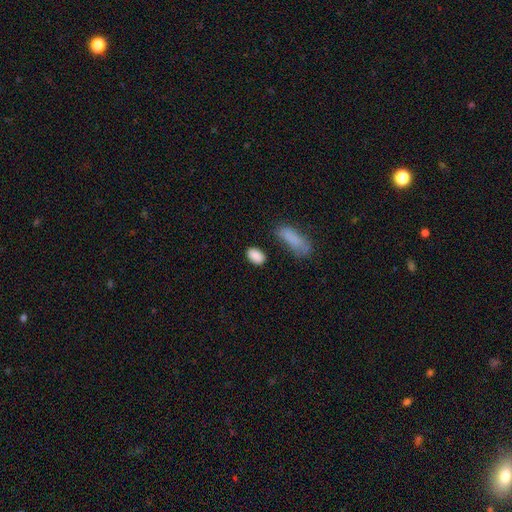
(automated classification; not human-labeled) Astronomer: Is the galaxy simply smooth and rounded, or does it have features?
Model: smooth — 88%.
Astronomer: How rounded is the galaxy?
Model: in between — 89%.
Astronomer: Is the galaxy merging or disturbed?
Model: none — 78%.